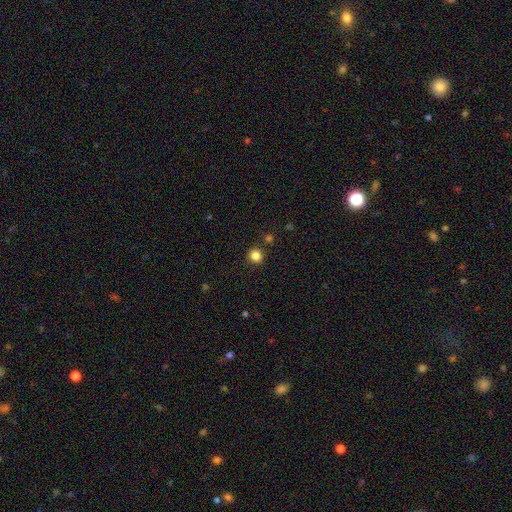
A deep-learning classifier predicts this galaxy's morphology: A smooth galaxy with no disk features (84%) that is round (93%). Merging: none (89%).